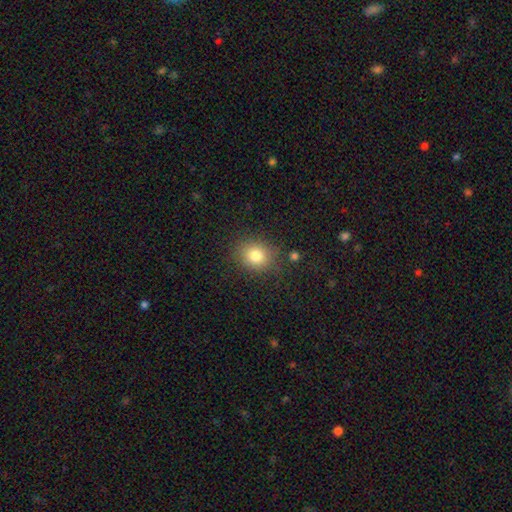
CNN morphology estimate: Overall: smooth (79%). How rounded: round (71%). Merging: none (82%).